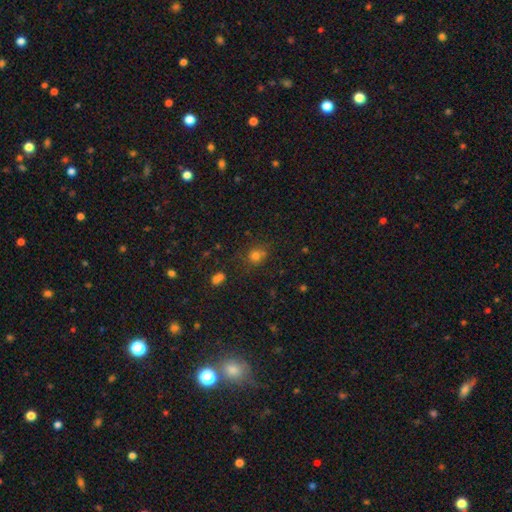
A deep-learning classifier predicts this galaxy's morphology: Overall: smooth (73%). How rounded: round (72%). Merging: none (68%).